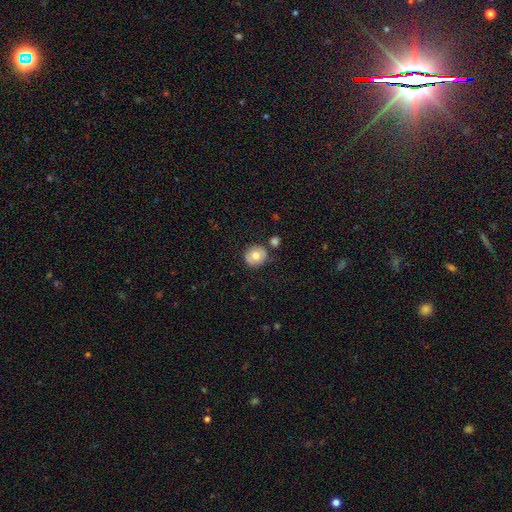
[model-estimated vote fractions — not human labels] This is likely a smooth galaxy (76%). How rounded: clearly round (88%). Merging: likely none (76%).